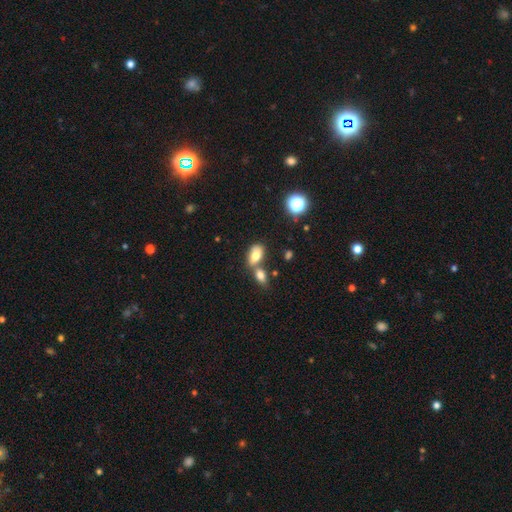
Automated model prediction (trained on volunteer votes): A smooth galaxy with no disk features (75%) that is in between round and cigar-shaped (87%).

Vote fractions:
- Smooth or featured? smooth: 75% / featured or disk: 15% / star or artifact: 10%
- How rounded? in between: 87% / round: 10% / cigar-shaped: 4%
- Merging? merger: 44% / none: 41% / minor disturbance: 11% / major disturbance: 4%